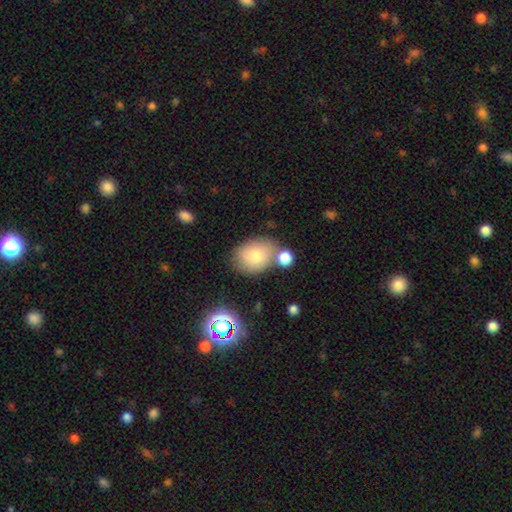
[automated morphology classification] This is likely a smooth galaxy (76%). How rounded: likely in between (61%). Merging: possibly none (56%).